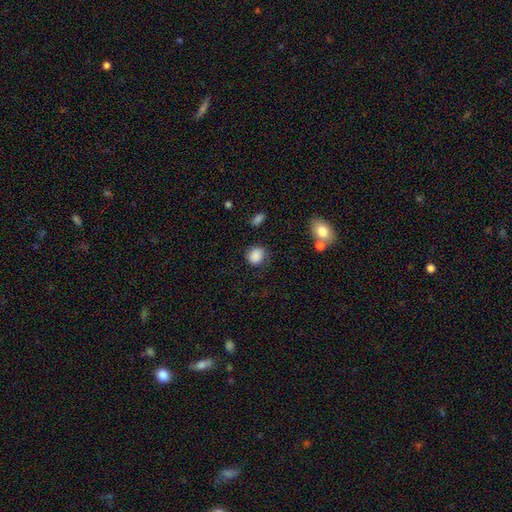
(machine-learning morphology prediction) Smooth or featured: smooth — 85% (star or artifact — 9%)
How rounded: round — 73% (in between — 26%)
Merging: none — 69% (minor disturbance — 21%)